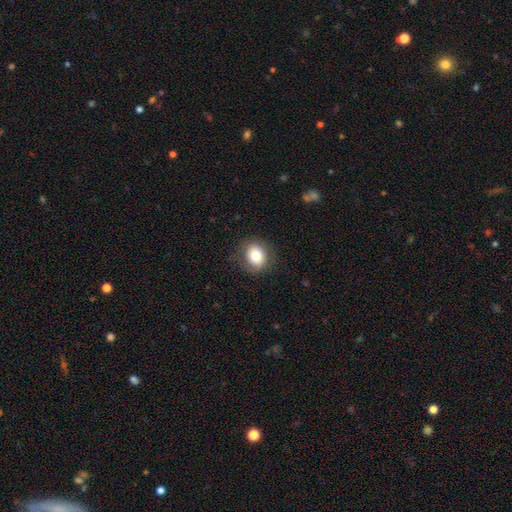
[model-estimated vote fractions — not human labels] Smooth or featured? Predicted: smooth (p=0.75). How rounded? Predicted: round (p=0.71). Merging? Predicted: none (p=0.81).